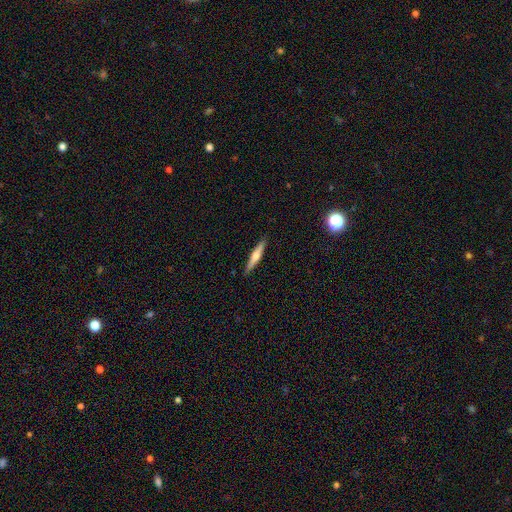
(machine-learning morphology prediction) featured or disk 50%, smooth 44%, star or artifact 6%. Down the decision tree: edge-on disk — yes (96%); merging — none (90%).